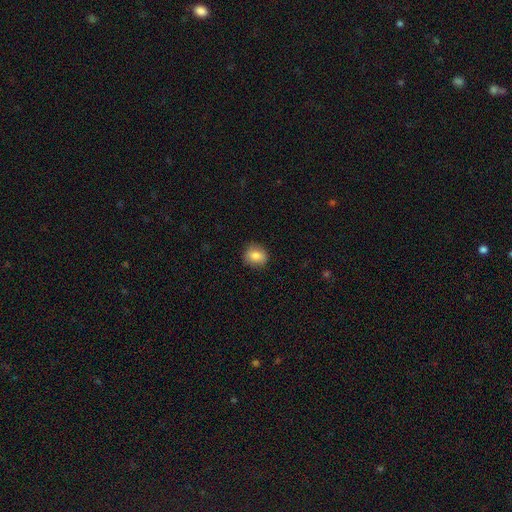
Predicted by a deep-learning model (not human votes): A smooth galaxy with no disk features (82%) that is round (67%).

Vote fractions:
- Smooth or featured? smooth: 82% / featured or disk: 9% / star or artifact: 9%
- How rounded? round: 67% / in between: 31% / cigar-shaped: 1%
- Merging? none: 86% / minor disturbance: 11% / major disturbance: 2% / merger: 1%